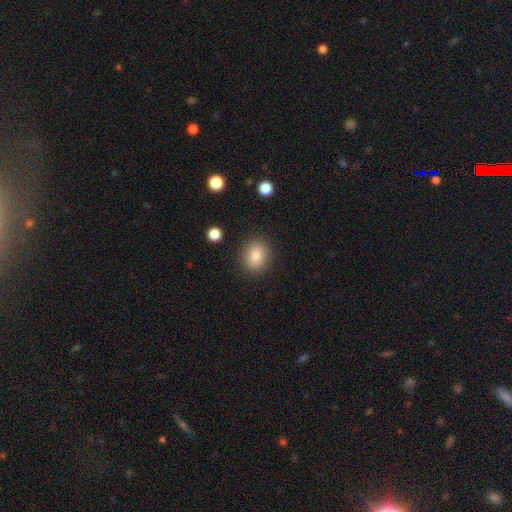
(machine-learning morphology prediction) Overall: smooth (83%). How rounded: round (58%; in between 41%). Merging: none (88%).